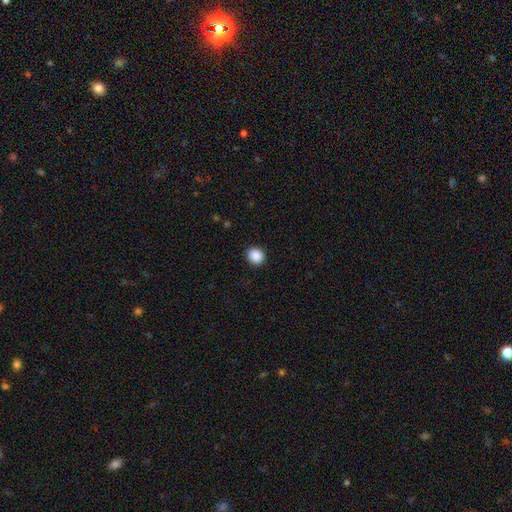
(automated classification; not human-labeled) Smooth or featured?
  - smooth: 88% *
  - star or artifact: 9%
  - featured or disk: 3%
How rounded?
  - round: 84% *
  - in between: 15%
  - cigar-shaped: 1%
Merging?
  - none: 92% *
  - minor disturbance: 6%
  - major disturbance: 2%
  - merger: 1%